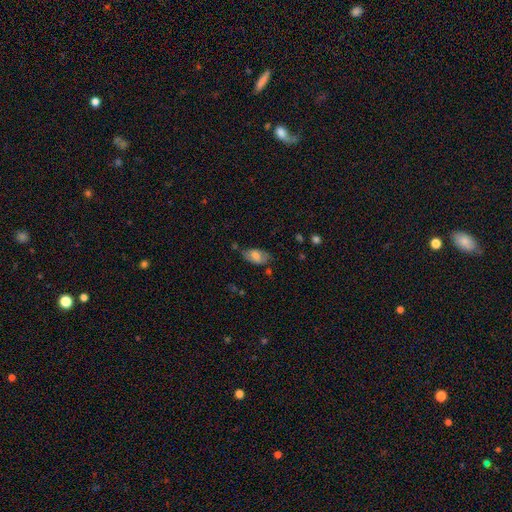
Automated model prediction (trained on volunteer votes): Smooth or featured? Predicted: smooth (p=0.68). How rounded? Predicted: in between (p=0.93). Merging? Predicted: none (p=0.65).